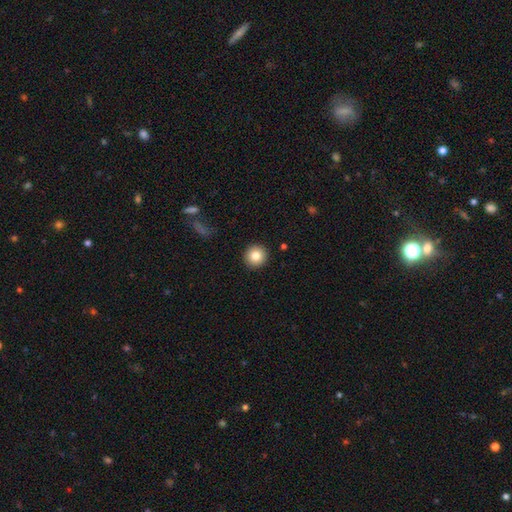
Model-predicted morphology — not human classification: Q: Smooth or featured?
A: smooth (83%); runner-up: star or artifact (10%)
Q: How rounded?
A: round (95%); runner-up: in between (4%)
Q: Merging?
A: none (92%); runner-up: minor disturbance (5%)